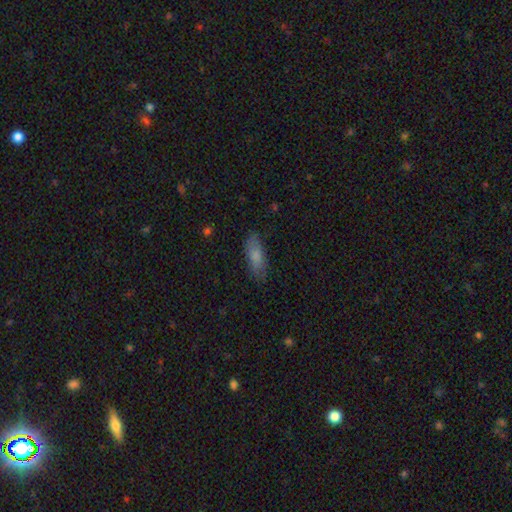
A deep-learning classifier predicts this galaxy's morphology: This is clearly a smooth galaxy (81%). How rounded: likely in between (66%). Merging: likely none (79%).